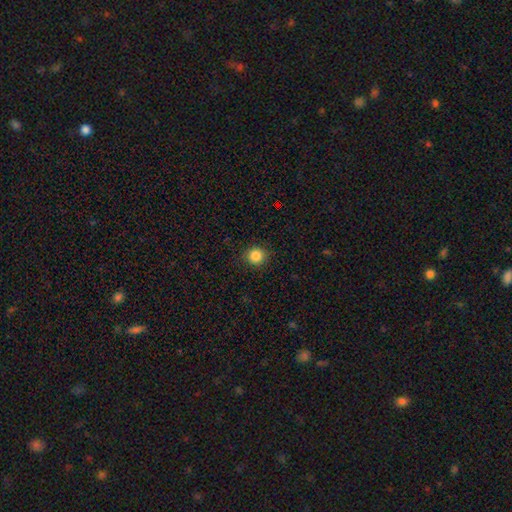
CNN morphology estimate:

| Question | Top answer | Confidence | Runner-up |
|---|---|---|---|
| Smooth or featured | smooth | 86% | star or artifact (10%) |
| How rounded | round | 92% | in between (7%) |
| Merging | none | 90% | minor disturbance (7%) |